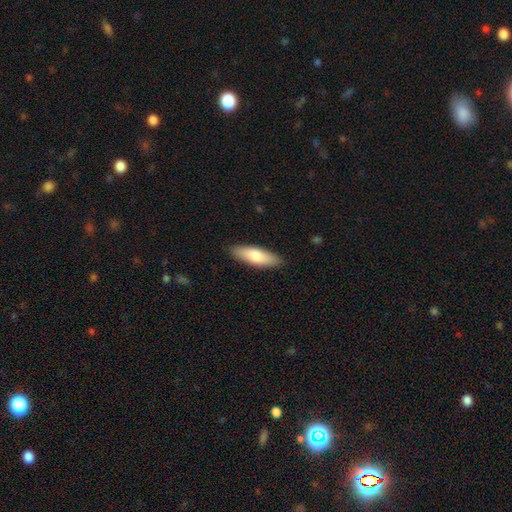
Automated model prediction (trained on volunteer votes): Morphology: type=smooth (79%); roundness=in between (52%); merging=none (88%).